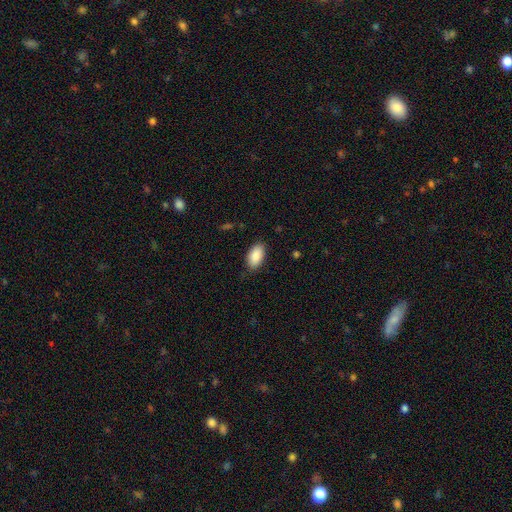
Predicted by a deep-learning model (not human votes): A smooth galaxy with no disk features (89%) that is in between round and cigar-shaped (94%). Merging: none (86%).